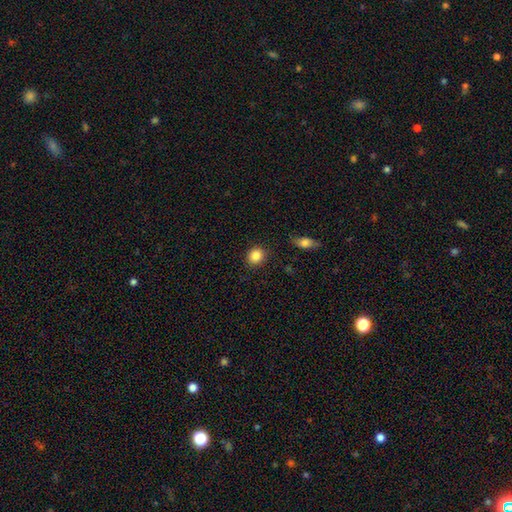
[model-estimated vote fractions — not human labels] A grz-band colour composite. It shows a smooth galaxy with no disk features (86%) that is round (77%). Merging: none (88%).